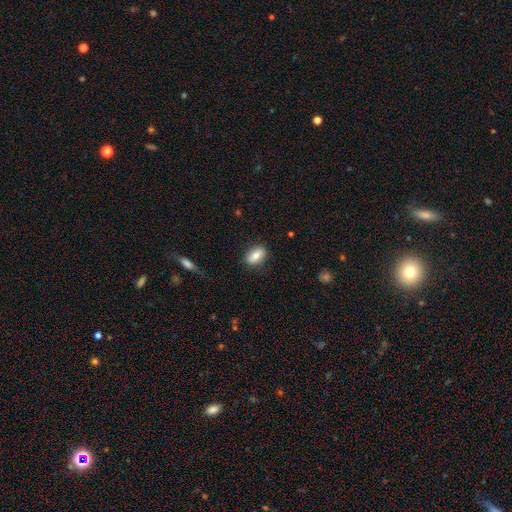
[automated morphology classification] This appears to be a smooth galaxy with no disk features (78%) that is in between round and cigar-shaped (86%). Merging: none (84%).